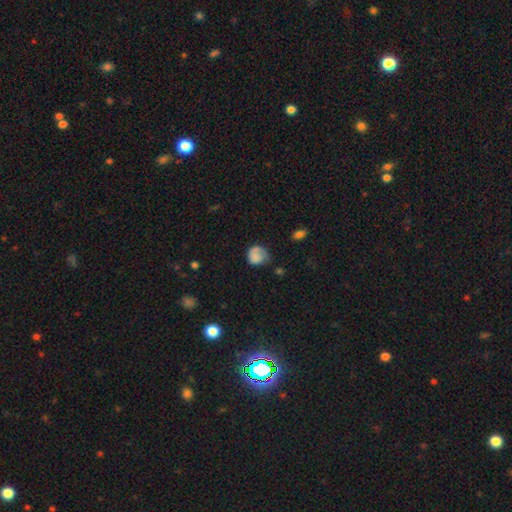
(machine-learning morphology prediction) This is likely a smooth galaxy (66%). How rounded: likely round (69%). Merging: possibly none (45%).